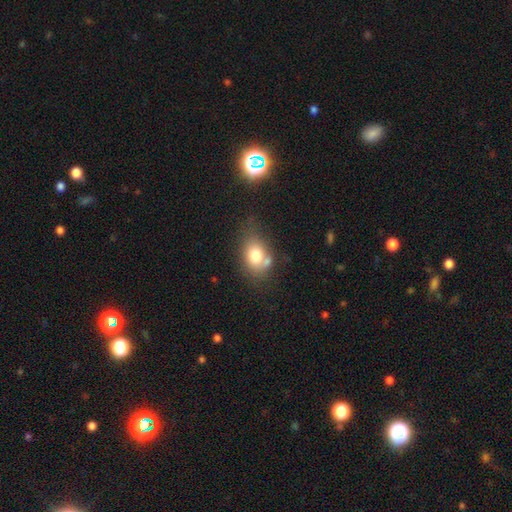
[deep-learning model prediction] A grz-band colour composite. It shows a smooth galaxy with no disk features (74%) that is in between round and cigar-shaped (65%). Merging: none (48%).